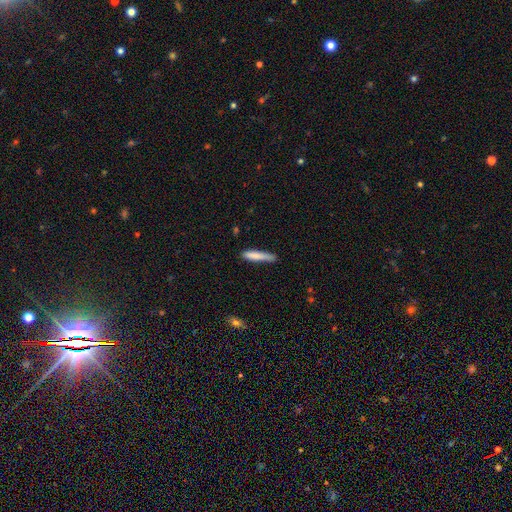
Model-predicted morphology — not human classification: Smooth or featured? smooth (81%)
How rounded? cigar-shaped (91%)
Merging? none (72%)